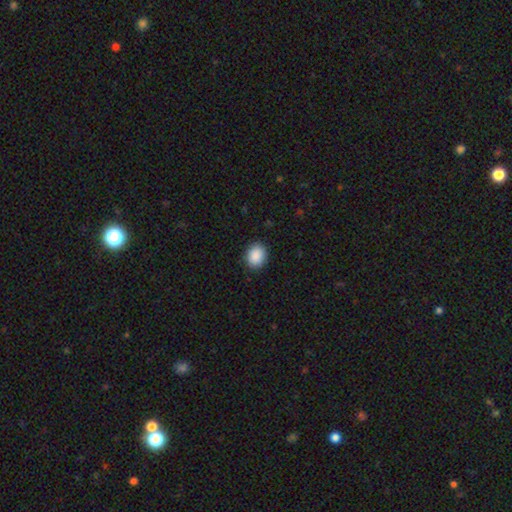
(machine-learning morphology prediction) Smooth or featured?
  - smooth: 90% *
  - star or artifact: 7%
  - featured or disk: 3%
How rounded?
  - round: 51% *
  - in between: 48%
  - cigar-shaped: 1%
Merging?
  - none: 90% *
  - minor disturbance: 7%
  - major disturbance: 2%
  - merger: 1%